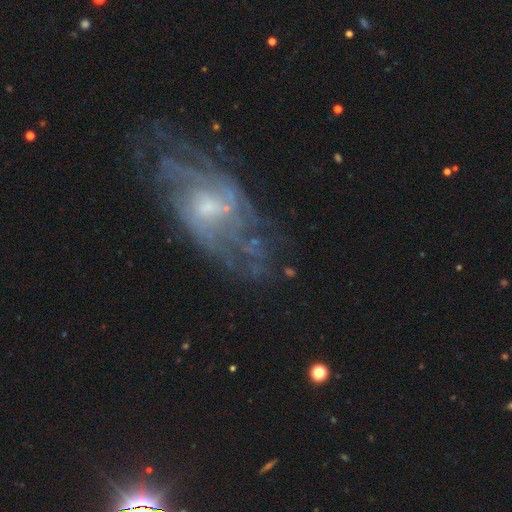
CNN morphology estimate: featured or disk 79%, smooth 11%, star or artifact 10%. Down the decision tree: edge-on disk — no (93%); bar — no (54%); spiral arms — yes (84%); spiral arm count — can't tell (55%); spiral winding — tight (46%); bulge size — small (54%); merging — none (67%).